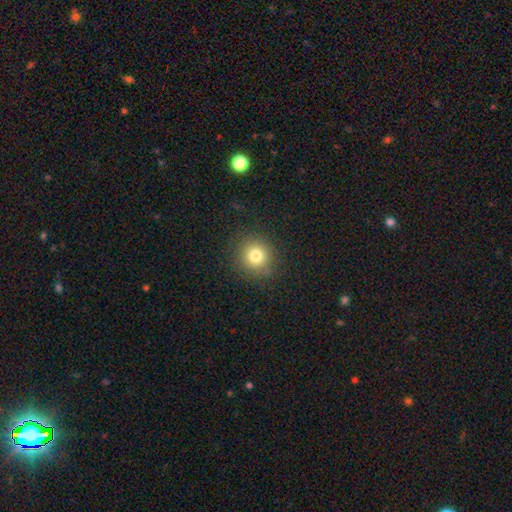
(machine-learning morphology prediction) type=smooth (79%); roundness=round (91%); merging=none (88%).